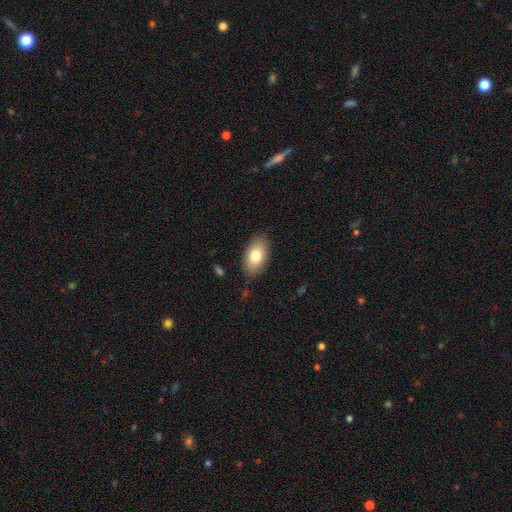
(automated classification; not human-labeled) Smooth or featured? Predicted: smooth (p=0.79). How rounded? Predicted: in between (p=0.93). Merging? Predicted: none (p=0.84).